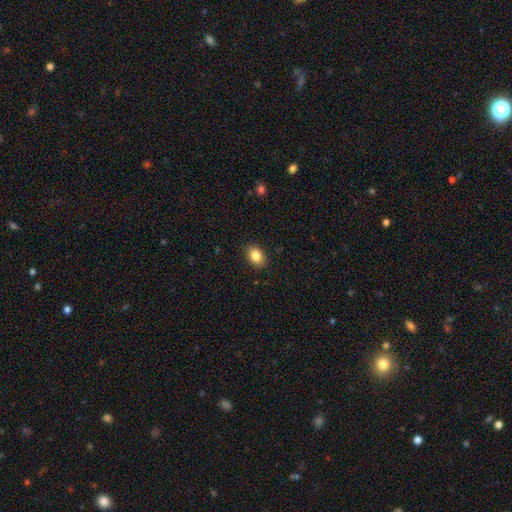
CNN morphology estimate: Q: Smooth or featured?
A: smooth (86%); runner-up: star or artifact (8%)
Q: How rounded?
A: in between (78%); runner-up: round (21%)
Q: Merging?
A: none (88%); runner-up: minor disturbance (9%)